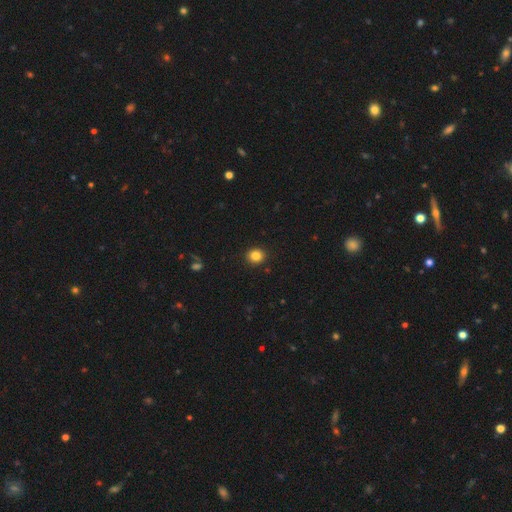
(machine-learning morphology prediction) Smooth or featured? Predicted: smooth (p=0.85). How rounded? Predicted: round (p=0.82). Merging? Predicted: none (p=0.91).